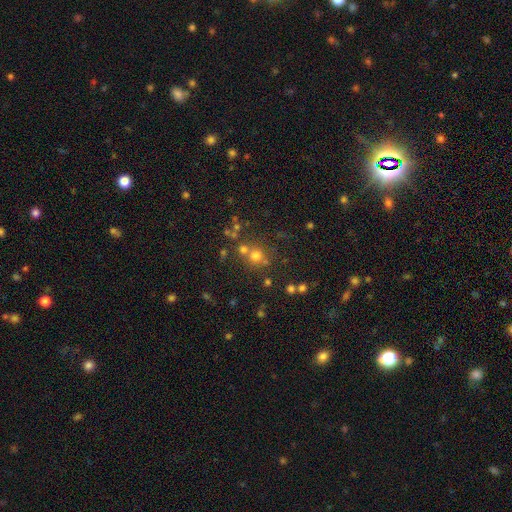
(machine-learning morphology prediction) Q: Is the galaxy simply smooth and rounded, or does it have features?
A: smooth — 60%.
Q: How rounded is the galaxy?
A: round — 87%.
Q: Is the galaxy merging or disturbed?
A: none — 62%.